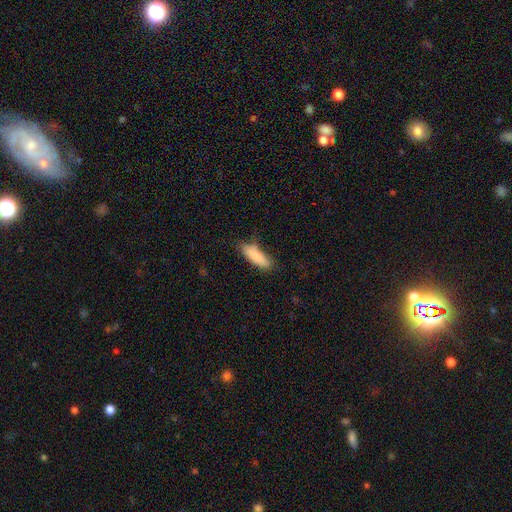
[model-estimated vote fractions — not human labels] Smooth or featured?
  - smooth: 85% *
  - featured or disk: 9%
  - star or artifact: 7%
How rounded?
  - in between: 53% *
  - cigar-shaped: 45%
  - round: 2%
Merging?
  - none: 67% *
  - minor disturbance: 24%
  - major disturbance: 5%
  - merger: 3%